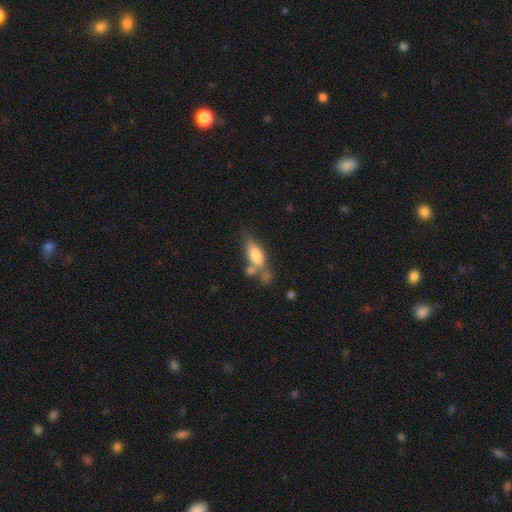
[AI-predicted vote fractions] This appears to be a smooth galaxy with no disk features (69%) that is in between round and cigar-shaped (67%). Merging: none (43%).